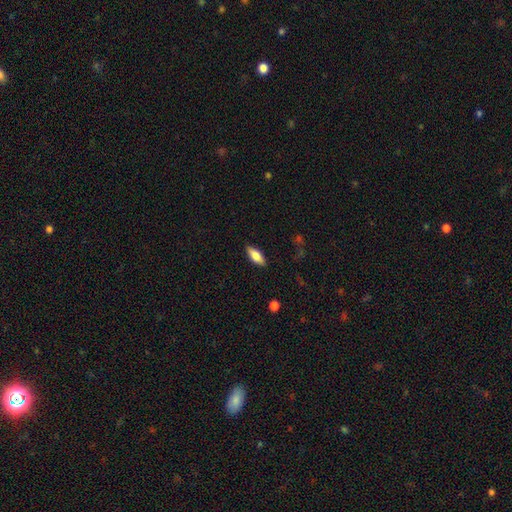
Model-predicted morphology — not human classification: Q: Smooth or featured?
A: smooth (75%); runner-up: featured or disk (19%)
Q: How rounded?
A: in between (73%); runner-up: cigar-shaped (25%)
Q: Merging?
A: none (87%); runner-up: minor disturbance (10%)